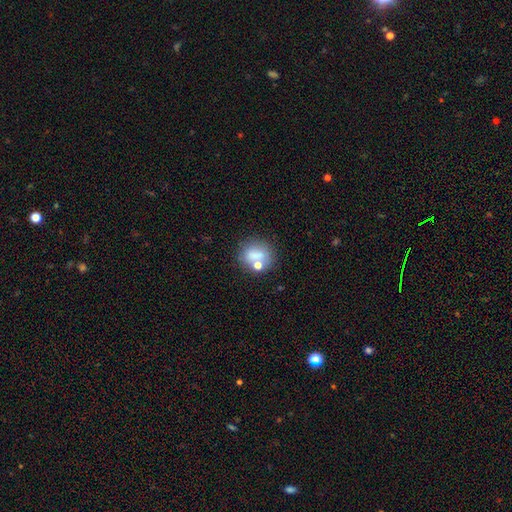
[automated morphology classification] smooth_or_featured: smooth (p=0.69) [alt: featured or disk p=0.19]
how_rounded: round (p=0.69) [alt: in between p=0.29]
merging: none (p=0.56) [alt: merger p=0.21]